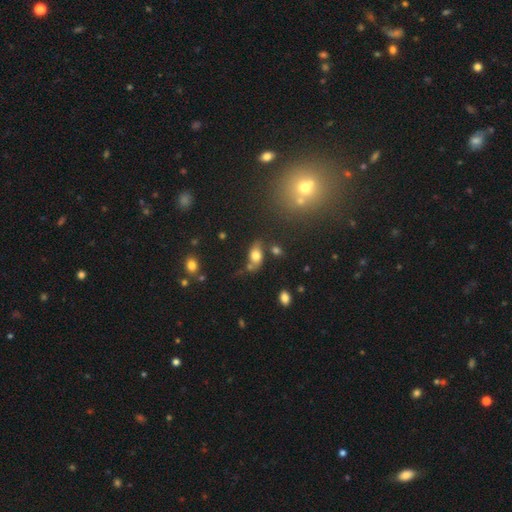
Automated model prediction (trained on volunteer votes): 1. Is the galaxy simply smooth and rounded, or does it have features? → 71% smooth, 18% featured or disk, 11% star or artifact.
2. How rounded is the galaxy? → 84% in between, 11% round, 4% cigar-shaped.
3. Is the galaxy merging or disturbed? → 57% none, 19% minor disturbance, 17% merger, 7% major disturbance.